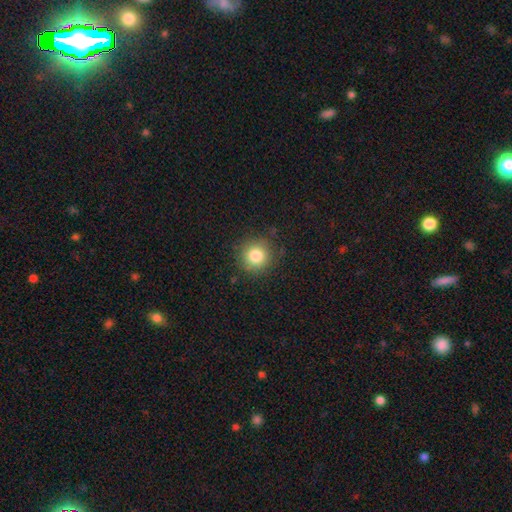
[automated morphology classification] type=smooth (82%); roundness=round (94%); merging=none (87%).